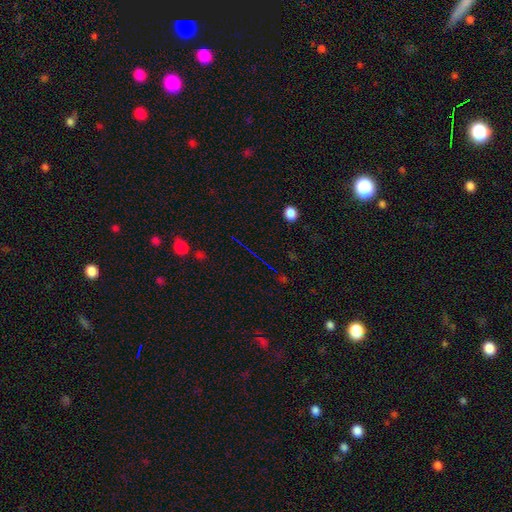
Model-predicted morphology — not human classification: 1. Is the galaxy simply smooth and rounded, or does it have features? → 67% star or artifact, 18% smooth, 14% featured or disk.